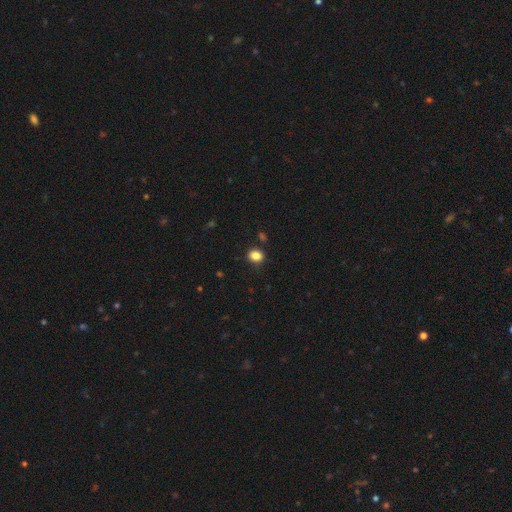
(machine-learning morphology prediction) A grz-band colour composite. It shows a smooth galaxy with no disk features (85%) that is round (53%). Merging: none (87%).